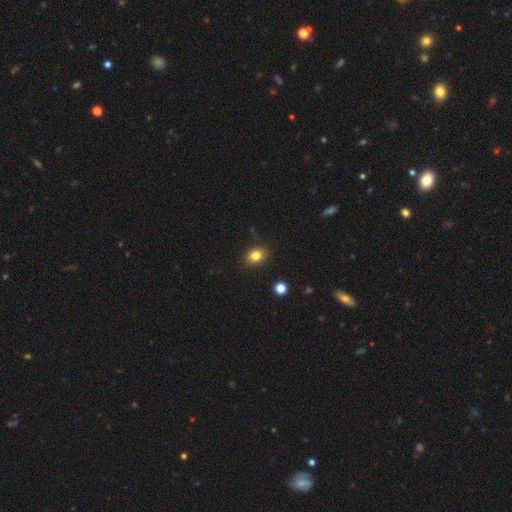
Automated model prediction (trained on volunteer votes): A smooth galaxy with no disk features (82%) that is in between round and cigar-shaped (56%). Merging: none (87%).